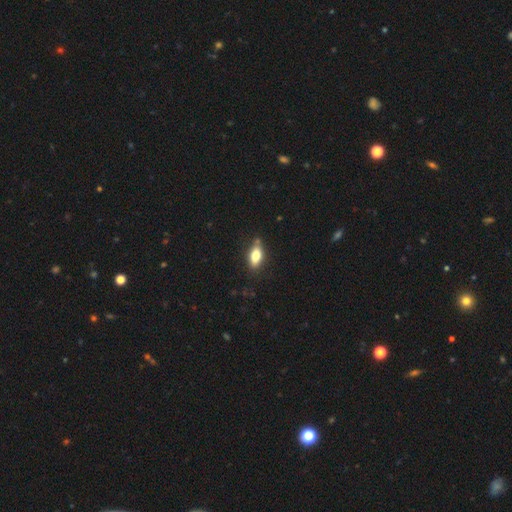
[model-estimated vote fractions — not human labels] A smooth galaxy with no disk features (75%) that is in between round and cigar-shaped (84%).

Vote fractions:
- Smooth or featured? smooth: 75% / featured or disk: 17% / star or artifact: 8%
- How rounded? in between: 84% / cigar-shaped: 11% / round: 5%
- Merging? none: 78% / minor disturbance: 16% / major disturbance: 3% / merger: 3%